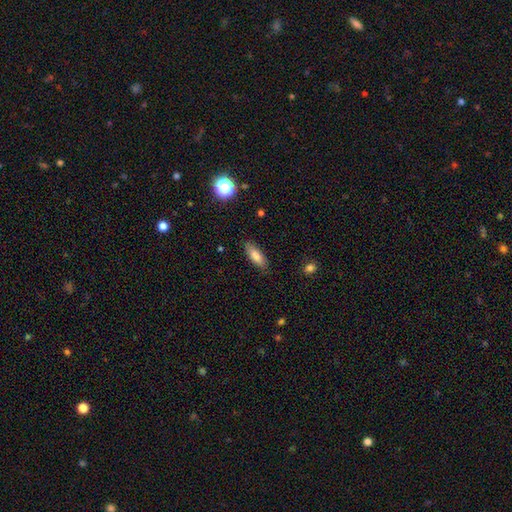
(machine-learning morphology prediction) smooth 80%, featured or disk 12%, star or artifact 8%. Down the decision tree: how rounded — in between (62%); merging — none (85%).